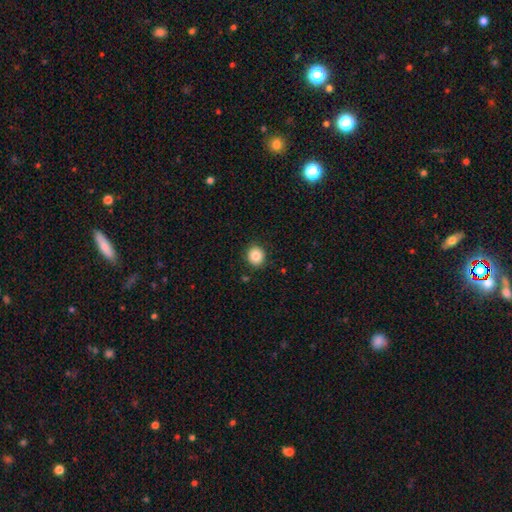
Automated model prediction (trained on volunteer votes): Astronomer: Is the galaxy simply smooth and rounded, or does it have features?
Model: smooth — 85%.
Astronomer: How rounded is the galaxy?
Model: round — 87%.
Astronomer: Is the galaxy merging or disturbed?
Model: none — 90%.